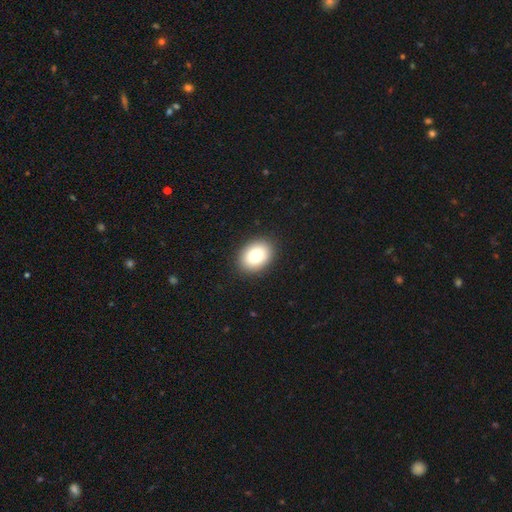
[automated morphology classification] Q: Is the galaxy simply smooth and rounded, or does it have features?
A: smooth — 82%.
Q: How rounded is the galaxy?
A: in between — 66%.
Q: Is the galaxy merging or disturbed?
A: none — 90%.